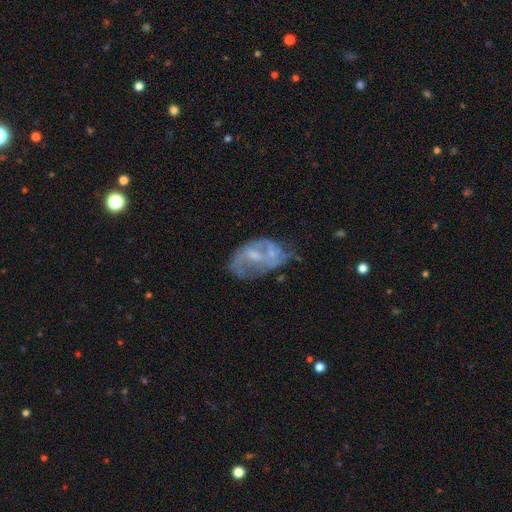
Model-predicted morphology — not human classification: The model was most divided on "spiral arms": yes: 51%, no: 49%. Remaining: edge-on disk — no (97%); smooth or featured — featured or disk (68%); bar — no (59%); bulge size — small (49%); merging — none (33%).